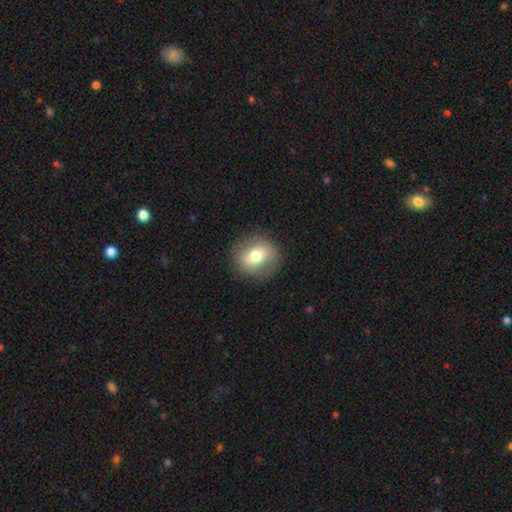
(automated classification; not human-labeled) Morphology: type=smooth (62%); roundness=round (77%); merging=none (84%).